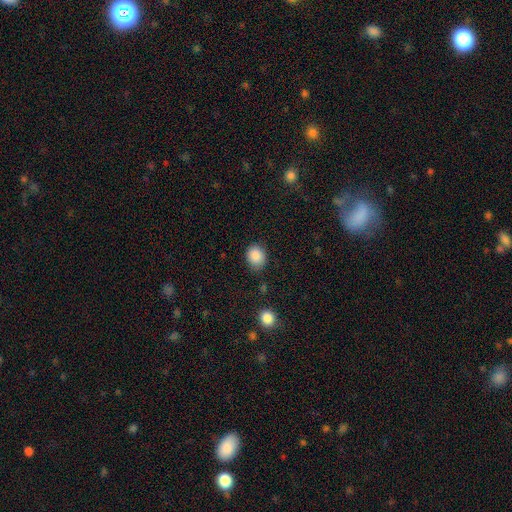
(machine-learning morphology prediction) Smooth or featured? smooth (87%)
How rounded? round (60%)
Merging? none (80%)